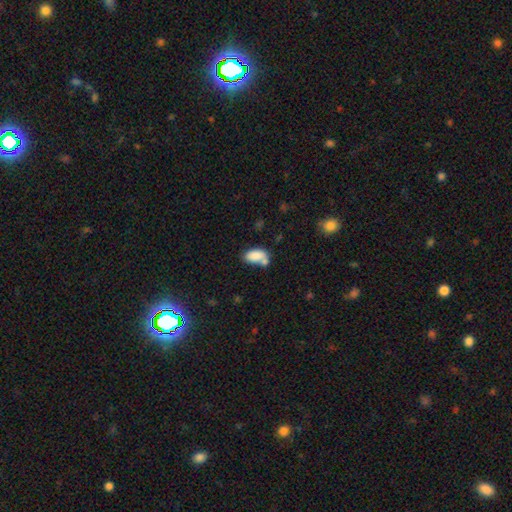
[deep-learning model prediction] This appears to be a smooth galaxy with no disk features (84%) that is in between round and cigar-shaped (92%). Merging: none (43%).